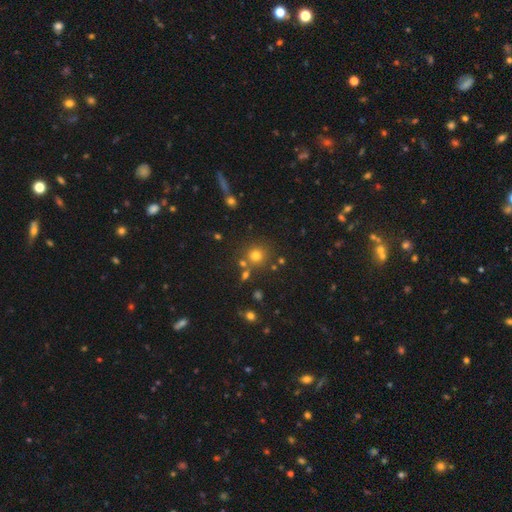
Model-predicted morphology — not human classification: Smooth or featured: smooth — 73% (star or artifact — 19%)
How rounded: round — 91% (in between — 8%)
Merging: none — 75% (merger — 12%)